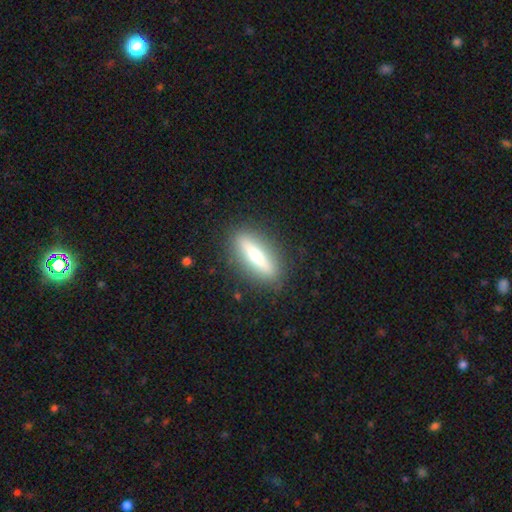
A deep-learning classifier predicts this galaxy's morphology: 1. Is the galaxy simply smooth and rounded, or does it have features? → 50% smooth, 43% featured or disk, 7% star or artifact.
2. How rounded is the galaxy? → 69% cigar-shaped, 29% in between, 3% round.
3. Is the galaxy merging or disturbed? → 87% none, 9% minor disturbance, 3% major disturbance, 1% merger.